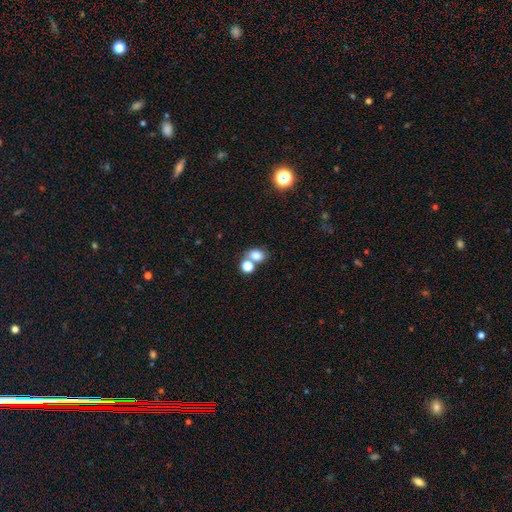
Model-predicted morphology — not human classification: Smooth or featured? Predicted: smooth (p=0.78). How rounded? Predicted: in between (p=0.52). Merging? Predicted: none (p=0.50).